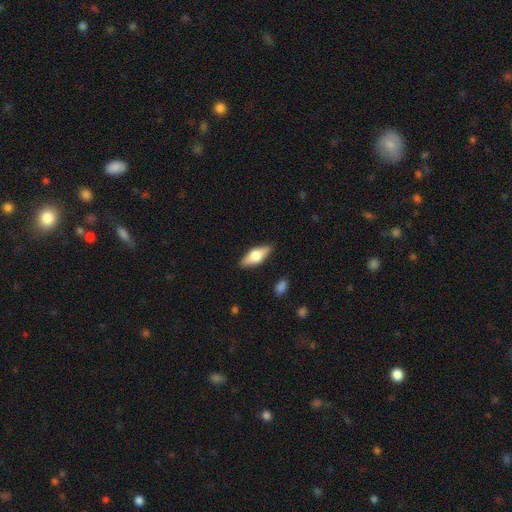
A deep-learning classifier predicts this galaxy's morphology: This appears to be a smooth galaxy with no disk features (50%) that is in between round and cigar-shaped (65%). Merging: none (87%).